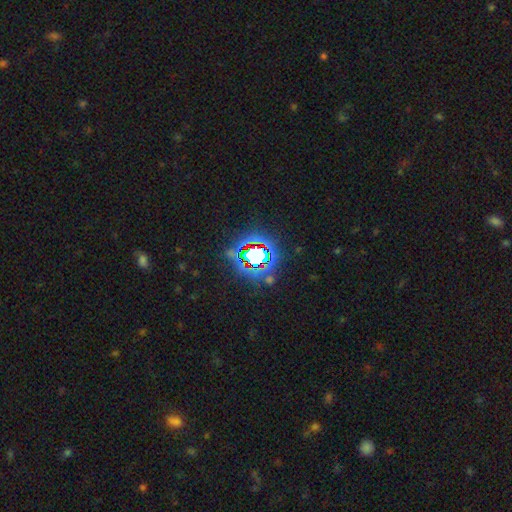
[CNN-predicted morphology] smooth_or_featured: star or artifact (p=0.72) [alt: smooth p=0.16]